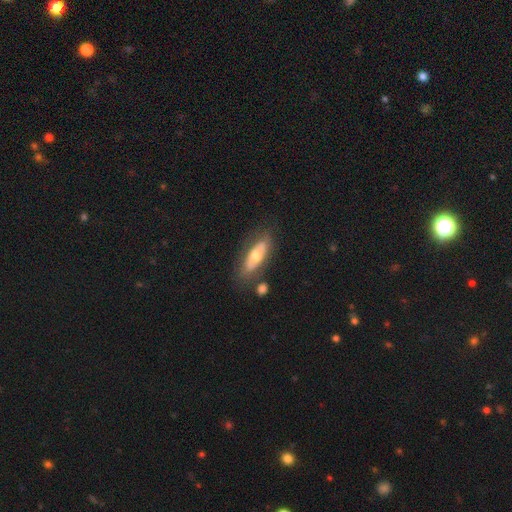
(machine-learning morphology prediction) A featured or disk galaxy (49%). Merging: none (71%).